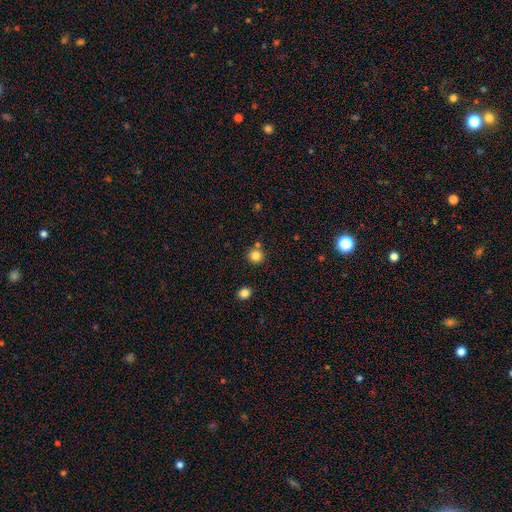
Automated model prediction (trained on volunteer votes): Smooth or featured: smooth — 84% (star or artifact — 12%)
How rounded: round — 92% (in between — 7%)
Merging: none — 79% (merger — 11%)